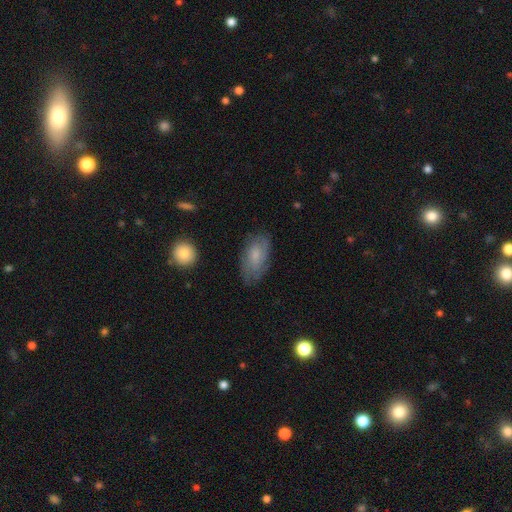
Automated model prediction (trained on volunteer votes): This appears to be a smooth galaxy with no disk features (52%) that is in between round and cigar-shaped (91%). Merging: none (73%).